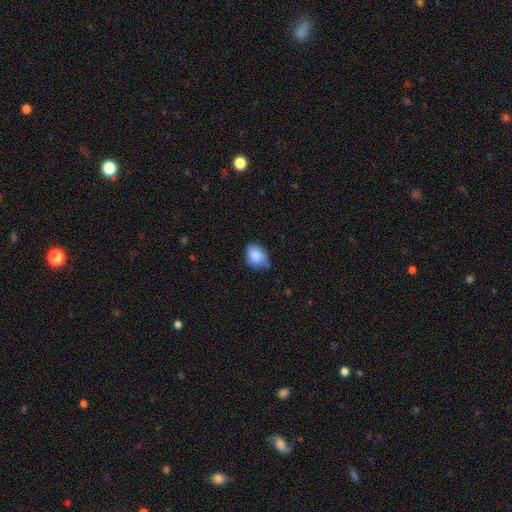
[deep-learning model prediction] Q: Smooth or featured?
A: smooth (85%); runner-up: featured or disk (8%)
Q: How rounded?
A: in between (69%); runner-up: round (30%)
Q: Merging?
A: none (53%); runner-up: minor disturbance (38%)